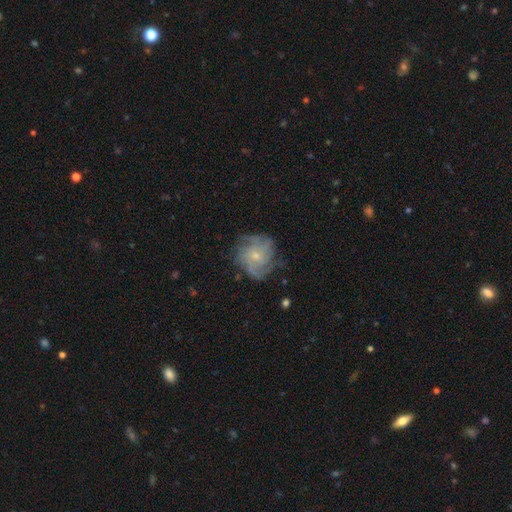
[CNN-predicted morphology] Overall: featured or disk (72%). Edge-on disk: no (98%). Bar: no (67%; weak 29%). Spiral arms: yes (89%). Spiral arm count: can't tell (39%; 4 18%). Spiral winding: tight (45%; medium 39%). Bulge size: small (67%). Merging: none (69%).